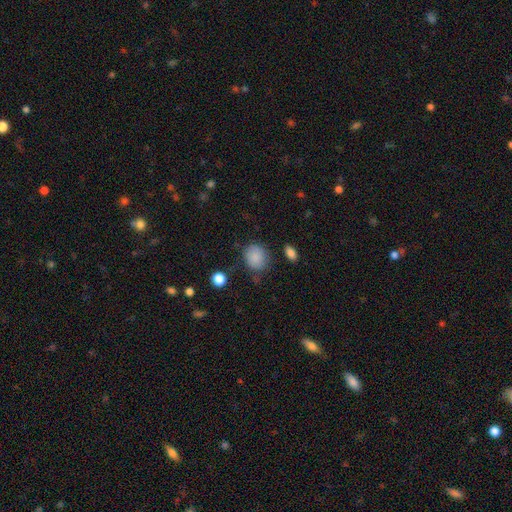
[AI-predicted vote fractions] smooth-or-featured: smooth: 85% | star or artifact: 9% | featured or disk: 6%
  how-rounded: round: 64% | in between: 35% | cigar-shaped: 1%
  merging: none: 71% | minor disturbance: 21% | major disturbance: 6% | merger: 3%